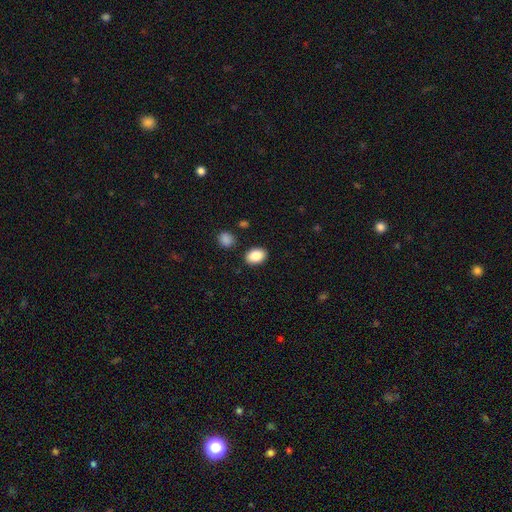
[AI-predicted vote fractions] Q: Smooth or featured?
A: smooth (87%); runner-up: star or artifact (7%)
Q: How rounded?
A: in between (82%); runner-up: round (17%)
Q: Merging?
A: none (86%); runner-up: minor disturbance (9%)